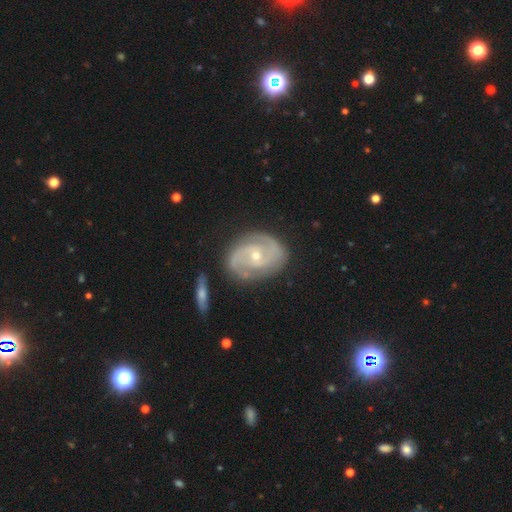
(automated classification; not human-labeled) Overall: featured or disk (88%). Edge-on disk: no (97%). Bar: no (55%; weak 36%). Spiral arms: yes (97%). Spiral arm count: 2 (81%). Spiral winding: tight (46%; medium 44%). Bulge size: small (63%; moderate 34%). Merging: none (78%).